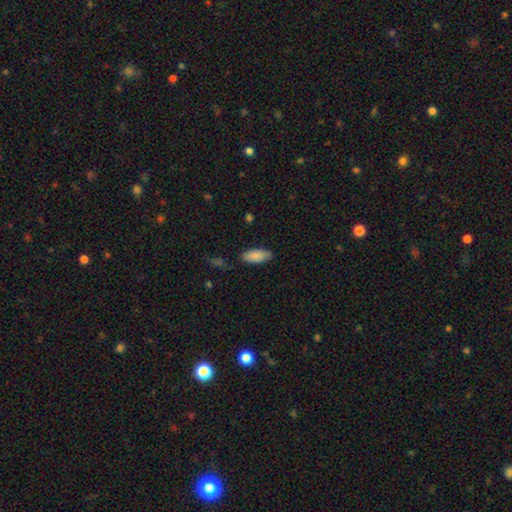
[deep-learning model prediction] Smooth or featured? smooth (87%)
How rounded? in between (82%)
Merging? none (81%)